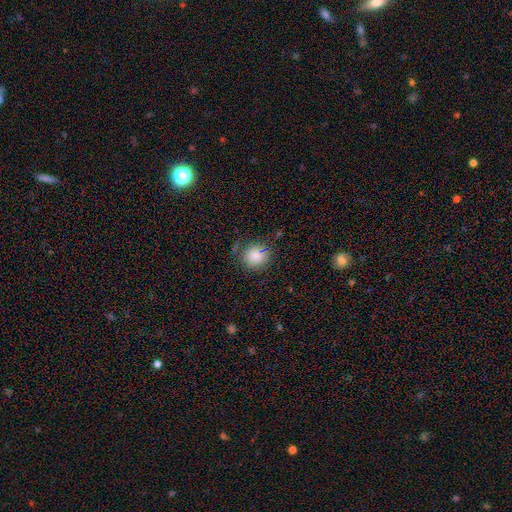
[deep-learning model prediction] Overall: smooth (82%). How rounded: round (88%). Merging: none (79%).